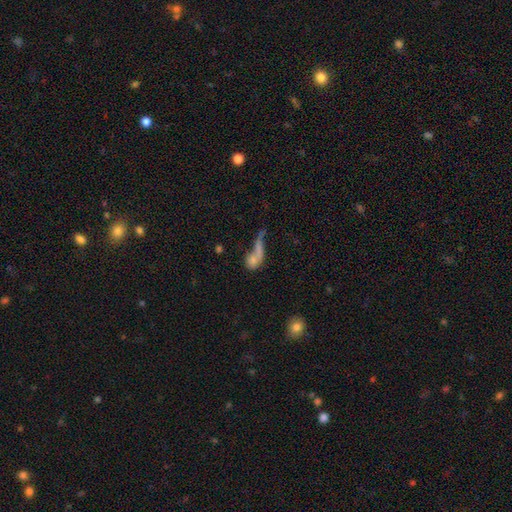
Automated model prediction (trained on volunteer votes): Morphology: type=smooth (55%); roundness=in between (49%); merging=merger (38%).